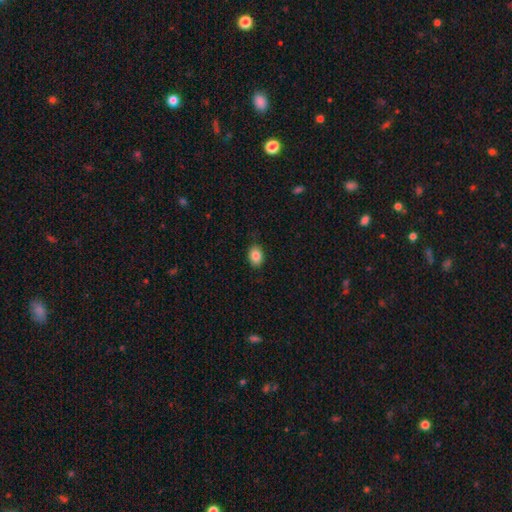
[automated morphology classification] The model was most divided on "how rounded": in between: 73%, round: 26%, cigar-shaped: 1%. More confident: merging — none (86%); smooth or featured — smooth (85%).